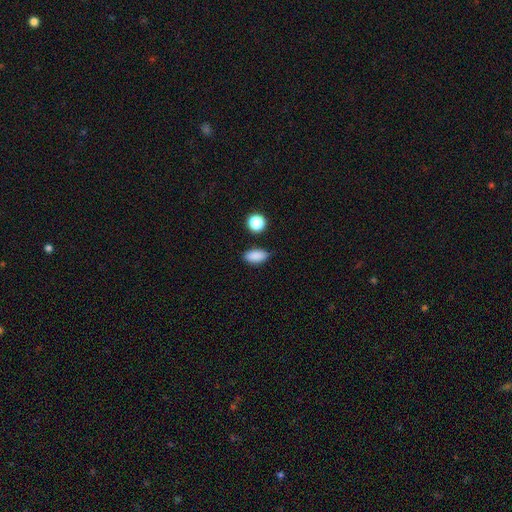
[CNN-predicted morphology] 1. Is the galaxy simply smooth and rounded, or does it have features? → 87% smooth, 9% star or artifact, 4% featured or disk.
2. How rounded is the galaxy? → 87% in between, 8% round, 5% cigar-shaped.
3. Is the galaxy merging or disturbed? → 78% none, 16% minor disturbance, 3% major disturbance, 3% merger.